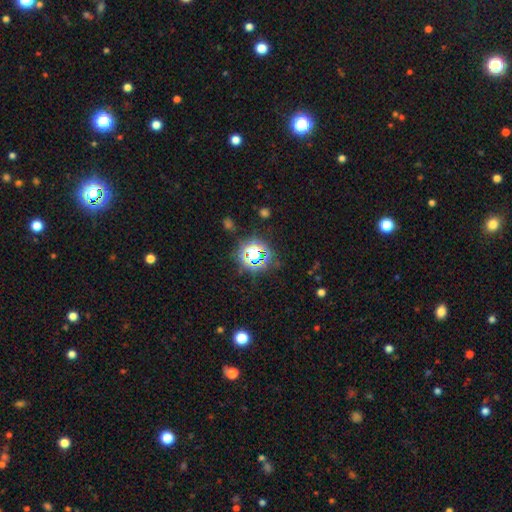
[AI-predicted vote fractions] Q: Smooth or featured?
A: star or artifact (68%); runner-up: smooth (23%)